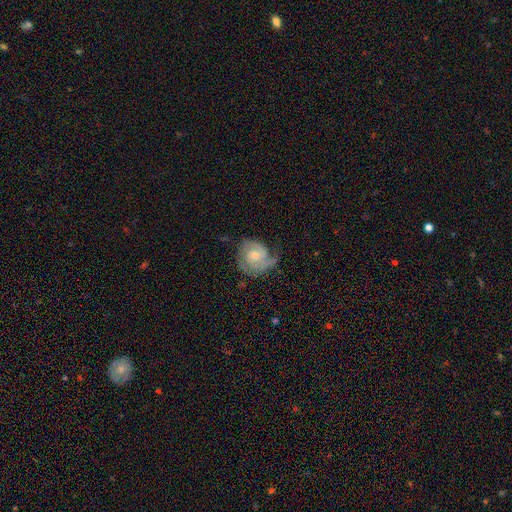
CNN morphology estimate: Smooth or featured? Predicted: featured or disk (p=0.74). Edge-on disk? Predicted: no (p=0.98). Bar? Predicted: no (p=0.65). Spiral arms? Predicted: yes (p=0.93). Spiral winding? Predicted: tight (p=0.48). Spiral arm count? Predicted: 2 (p=0.50). Bulge size? Predicted: moderate (p=0.49). Merging? Predicted: none (p=0.52).